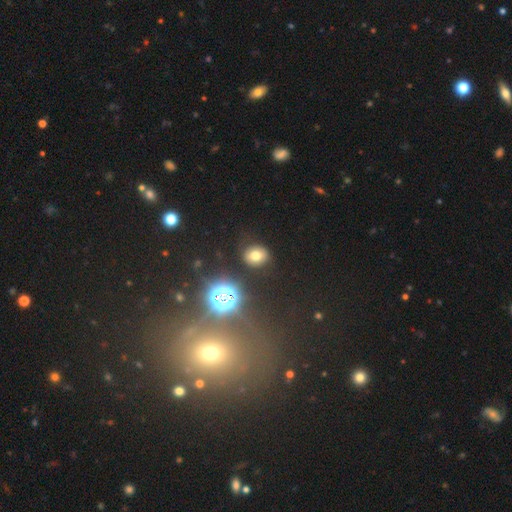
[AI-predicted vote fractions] This is likely a smooth galaxy (71%). How rounded: likely round (61%). Merging: clearly none (87%).